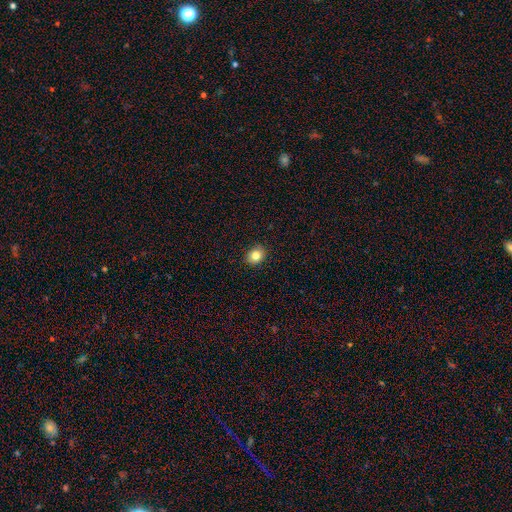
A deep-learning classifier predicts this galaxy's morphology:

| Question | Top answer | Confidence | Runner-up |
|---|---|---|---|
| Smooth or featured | smooth | 83% | star or artifact (10%) |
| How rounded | round | 53% | in between (46%) |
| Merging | none | 90% | minor disturbance (7%) |